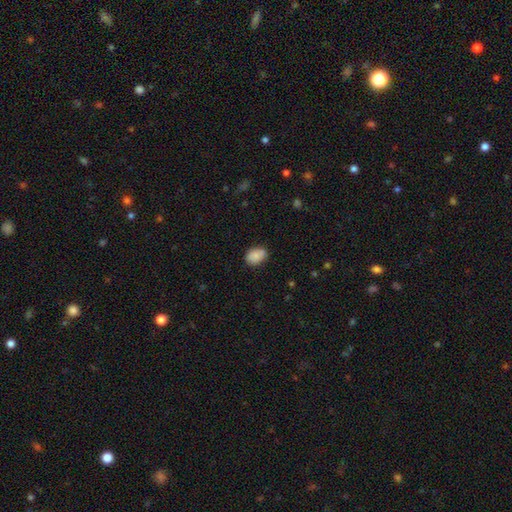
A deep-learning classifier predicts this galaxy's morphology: Q: Smooth or featured?
A: smooth (82%); runner-up: featured or disk (10%)
Q: How rounded?
A: in between (77%); runner-up: round (22%)
Q: Merging?
A: none (70%); runner-up: minor disturbance (22%)